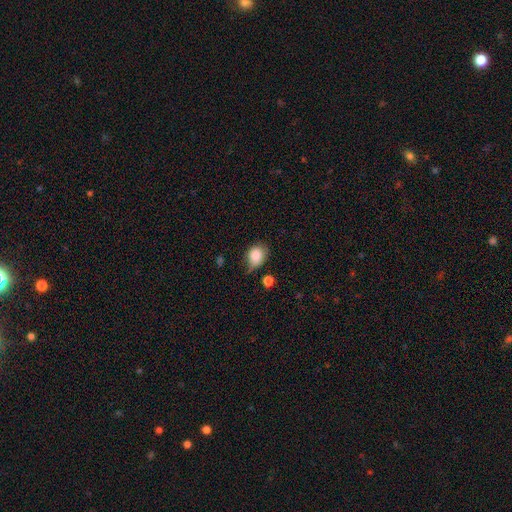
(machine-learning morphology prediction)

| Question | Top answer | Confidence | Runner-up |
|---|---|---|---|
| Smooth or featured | smooth | 84% | star or artifact (9%) |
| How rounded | in between | 51% | round (48%) |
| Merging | minor disturbance | 41% | none (39%) |